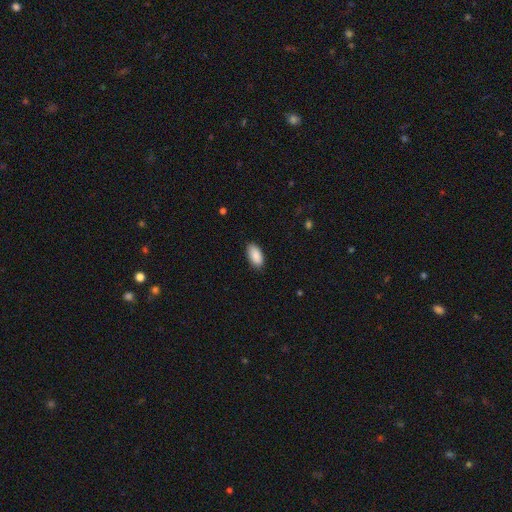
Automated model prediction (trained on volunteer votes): smooth-or-featured: smooth: 90% | star or artifact: 6% | featured or disk: 4%
  how-rounded: in between: 94% | cigar-shaped: 4% | round: 2%
  merging: none: 87% | minor disturbance: 10% | major disturbance: 2% | merger: 1%